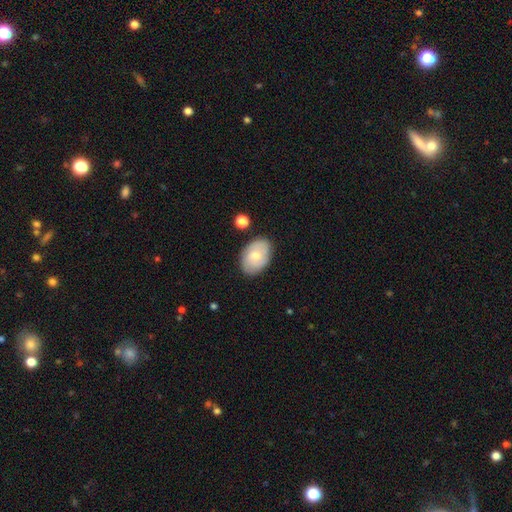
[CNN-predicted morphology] This appears to be a smooth galaxy with no disk features (57%) that is in between round and cigar-shaped (85%). Merging: none (81%).